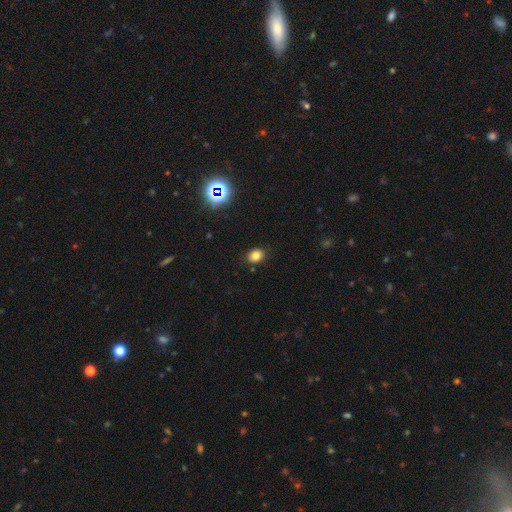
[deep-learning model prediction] smooth_or_featured: smooth (p=0.79) [alt: star or artifact p=0.15]
how_rounded: in between (p=0.51) [alt: round p=0.48]
merging: none (p=0.87) [alt: minor disturbance p=0.10]